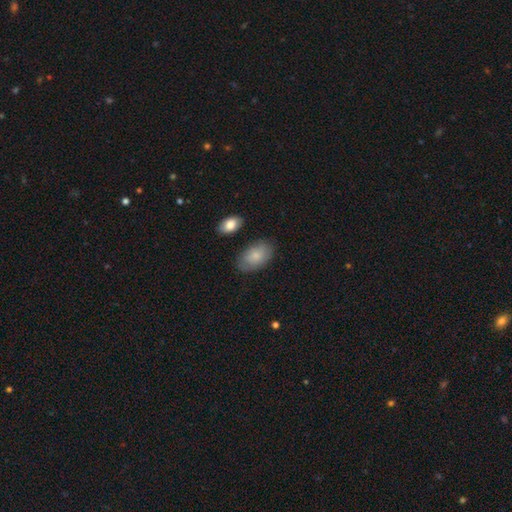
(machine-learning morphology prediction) Smooth or featured? smooth (80%)
How rounded? in between (94%)
Merging? none (77%)